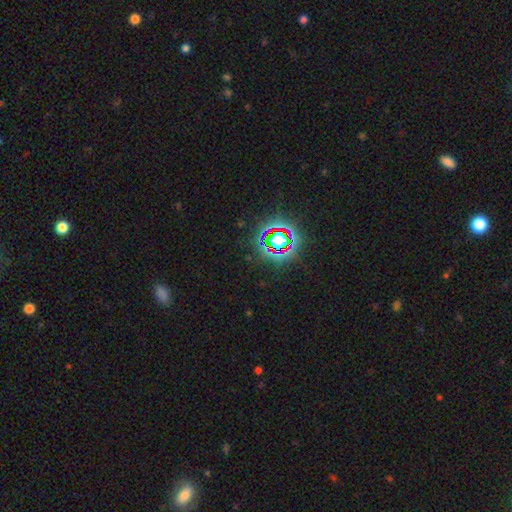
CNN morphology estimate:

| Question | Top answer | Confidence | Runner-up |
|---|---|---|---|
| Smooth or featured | star or artifact | 75% | smooth (14%) |